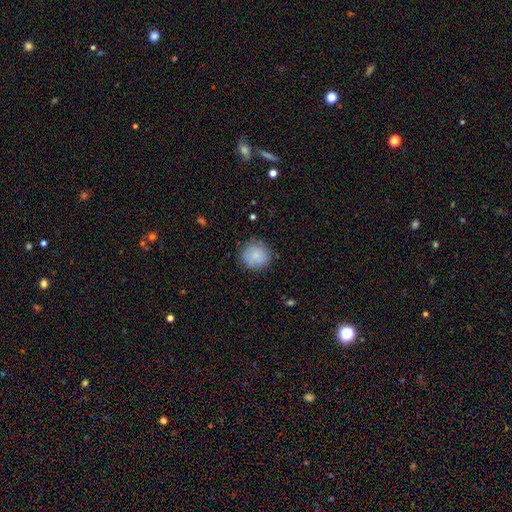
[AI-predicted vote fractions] The model was most divided on "merging": none: 81%, minor disturbance: 14%, major disturbance: 4%, merger: 2%. More confident: how rounded — round (90%); smooth or featured — smooth (82%).